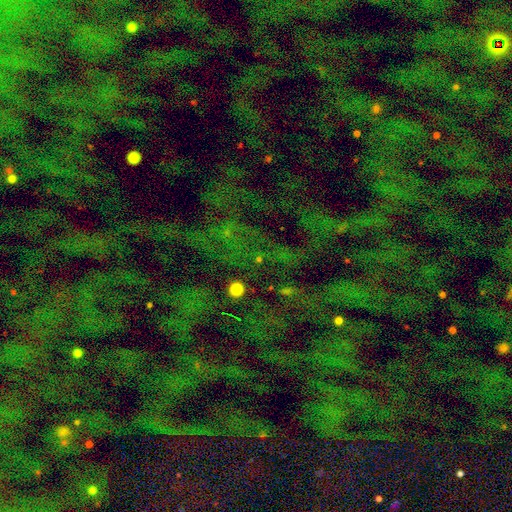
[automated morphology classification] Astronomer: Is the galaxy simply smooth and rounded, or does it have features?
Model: star or artifact — 74%.